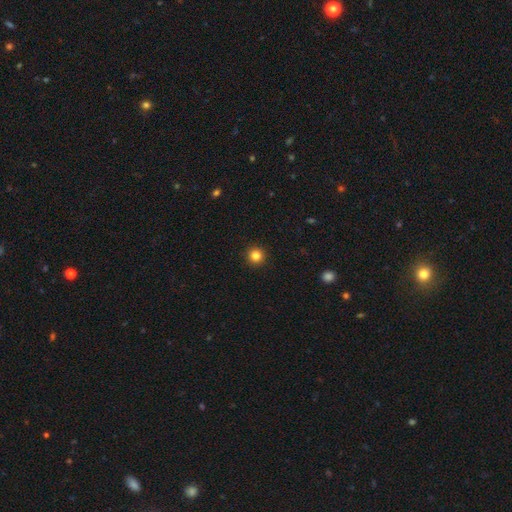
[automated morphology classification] Smooth or featured? smooth (84%)
How rounded? round (95%)
Merging? none (93%)